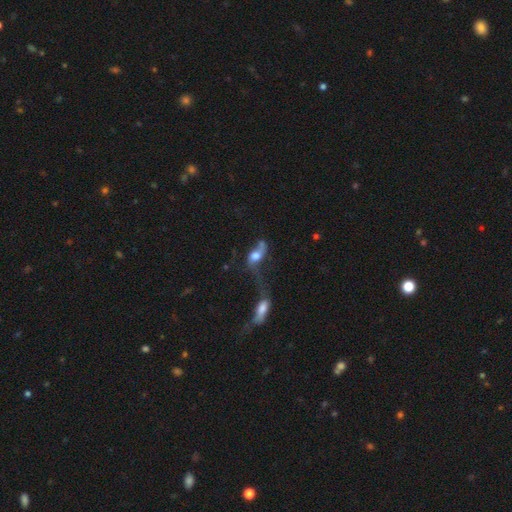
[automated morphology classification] Smooth or featured: smooth — 46% (featured or disk — 42%)
Merging: merger — 52% (major disturbance — 24%)